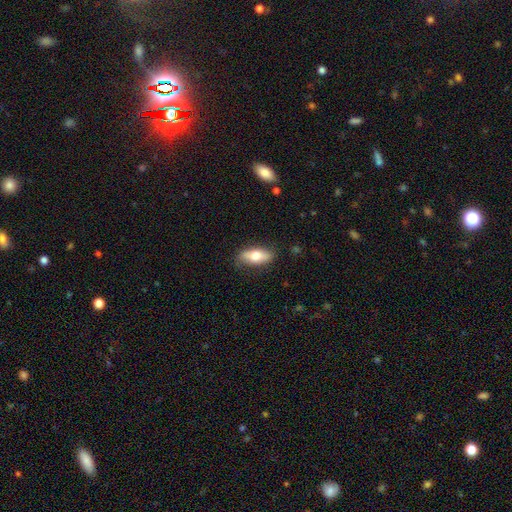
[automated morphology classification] Overall: smooth (68%). How rounded: in between (80%). Merging: none (81%).